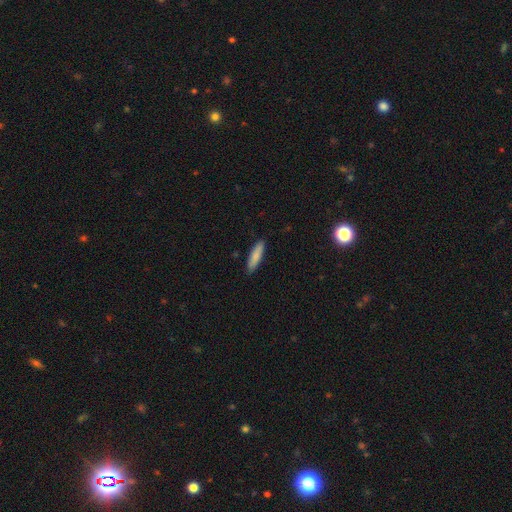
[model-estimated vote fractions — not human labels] This is clearly a smooth galaxy (85%). How rounded: likely cigar-shaped (74%). Merging: clearly none (88%).